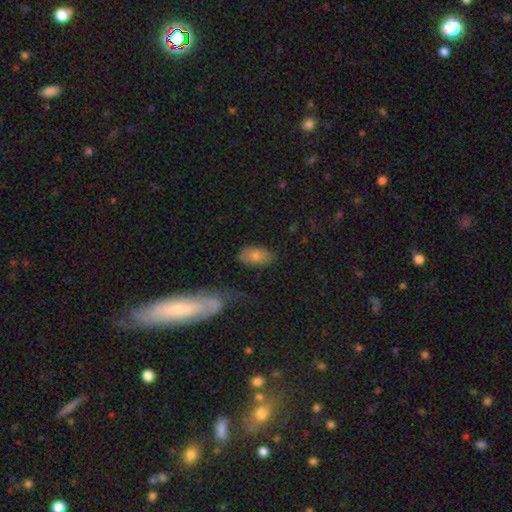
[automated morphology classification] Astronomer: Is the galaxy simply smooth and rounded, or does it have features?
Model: smooth — 74%.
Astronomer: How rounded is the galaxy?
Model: in between — 92%.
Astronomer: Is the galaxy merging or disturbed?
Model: none — 65%.